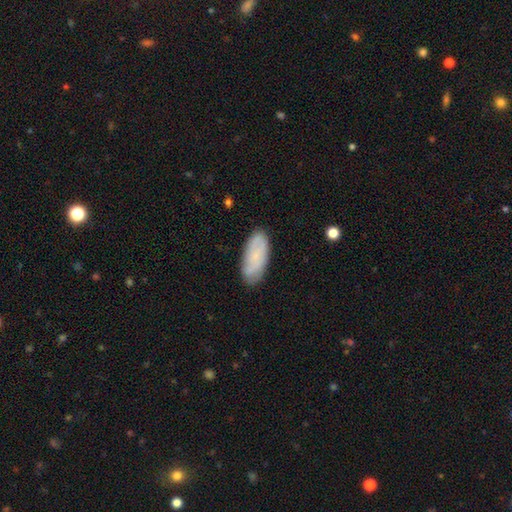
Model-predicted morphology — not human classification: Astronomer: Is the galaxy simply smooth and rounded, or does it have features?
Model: smooth — 62%.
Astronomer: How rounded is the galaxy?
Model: in between — 85%.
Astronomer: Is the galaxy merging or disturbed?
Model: none — 79%.